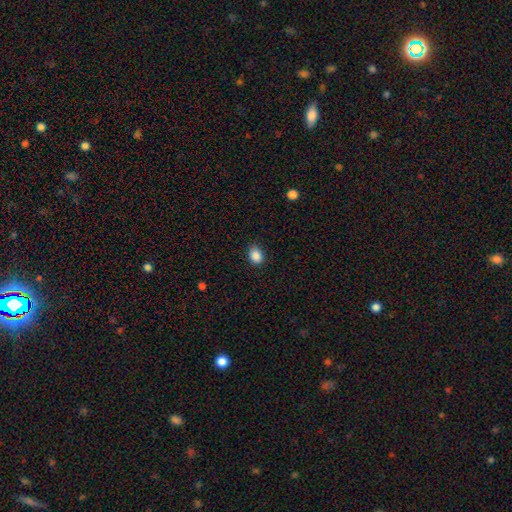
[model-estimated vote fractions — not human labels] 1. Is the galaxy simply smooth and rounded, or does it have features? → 87% smooth, 9% star or artifact, 3% featured or disk.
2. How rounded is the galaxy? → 56% in between, 44% round, 1% cigar-shaped.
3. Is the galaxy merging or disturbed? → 81% none, 15% minor disturbance, 3% major disturbance, 1% merger.